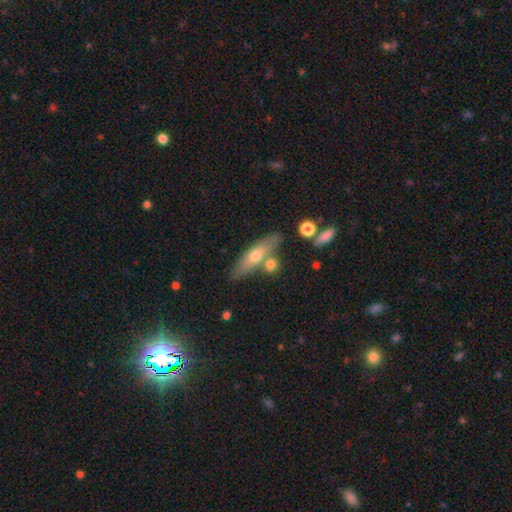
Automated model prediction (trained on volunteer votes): smooth-or-featured: smooth: 52% | featured or disk: 40% | star or artifact: 8%
  how-rounded: cigar-shaped: 64% | in between: 33% | round: 3%
  merging: none: 72% | merger: 13% | minor disturbance: 12% | major disturbance: 3%